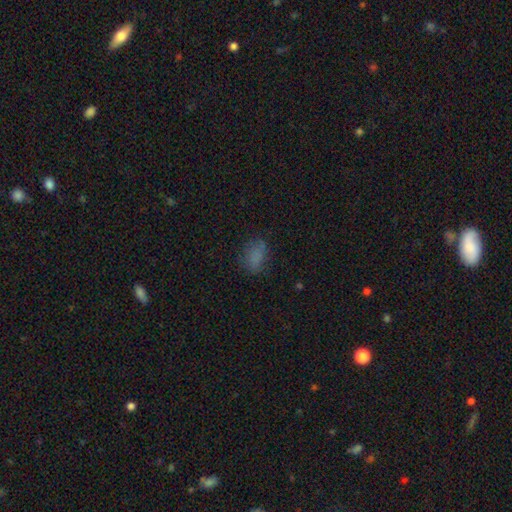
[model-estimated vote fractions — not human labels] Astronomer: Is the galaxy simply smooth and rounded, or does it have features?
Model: smooth — 74%.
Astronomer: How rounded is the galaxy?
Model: in between — 79%.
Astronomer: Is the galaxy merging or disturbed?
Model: none — 68%.